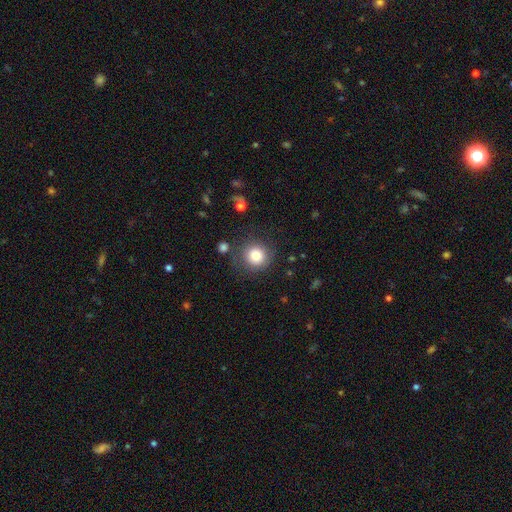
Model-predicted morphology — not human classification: type=smooth (80%); roundness=round (93%); merging=none (81%).